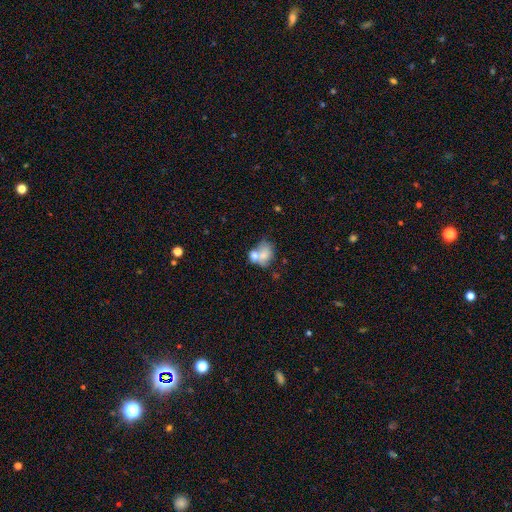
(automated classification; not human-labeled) A smooth galaxy with no disk features (64%) that is in between round and cigar-shaped (60%). Merging: merger (57%).